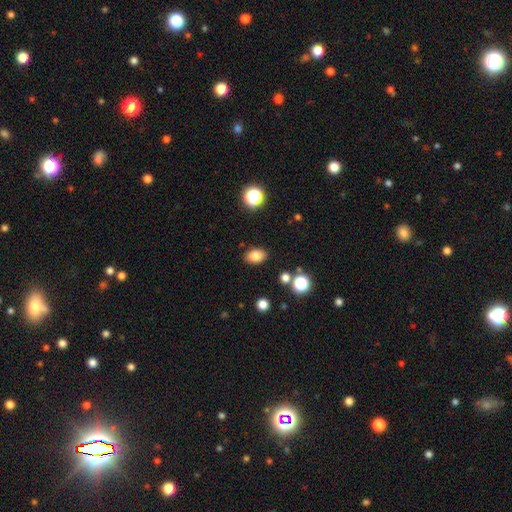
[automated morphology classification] This appears to be a smooth galaxy with no disk features (82%) that is in between round and cigar-shaped (81%). Merging: none (86%).